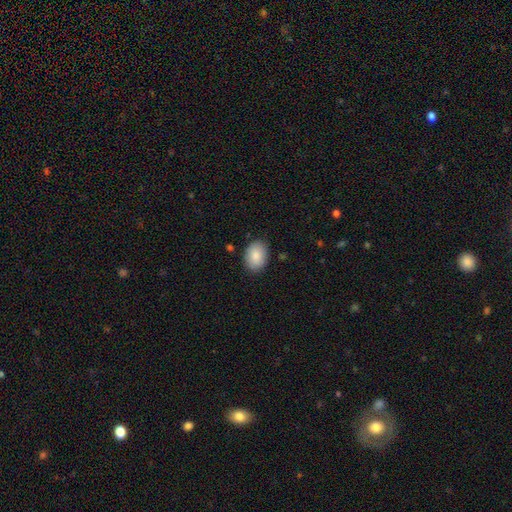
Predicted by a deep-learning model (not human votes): A smooth galaxy with no disk features (87%) that is in between round and cigar-shaped (77%). Merging: none (86%).